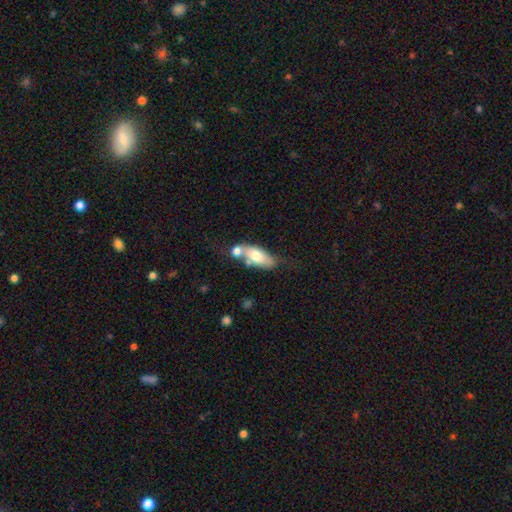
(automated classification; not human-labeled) smooth-or-featured: smooth: 65% | featured or disk: 29% | star or artifact: 7%
  how-rounded: in between: 78% | cigar-shaped: 17% | round: 4%
  merging: none: 41% | merger: 35% | minor disturbance: 17% | major disturbance: 7%